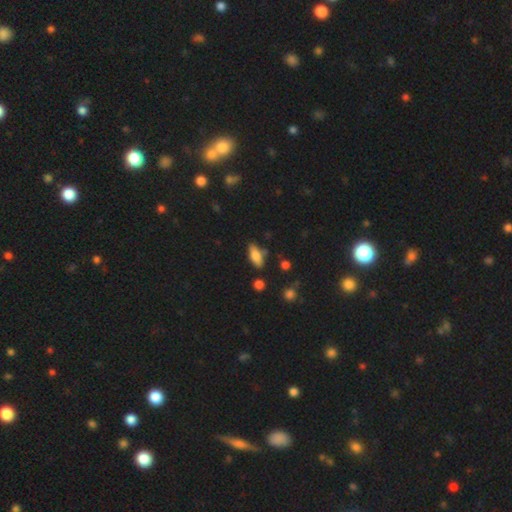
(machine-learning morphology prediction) smooth-or-featured: smooth: 75% | featured or disk: 17% | star or artifact: 8%
  how-rounded: in between: 77% | cigar-shaped: 20% | round: 3%
  merging: none: 74% | minor disturbance: 17% | merger: 5% | major disturbance: 4%